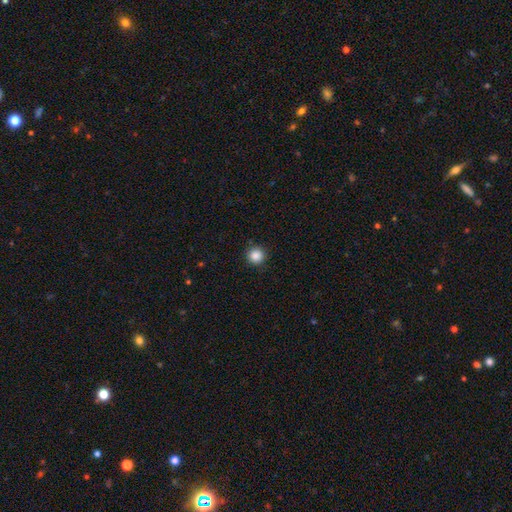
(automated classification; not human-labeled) This is clearly a smooth galaxy (87%). How rounded: clearly round (95%). Merging: clearly none (91%).